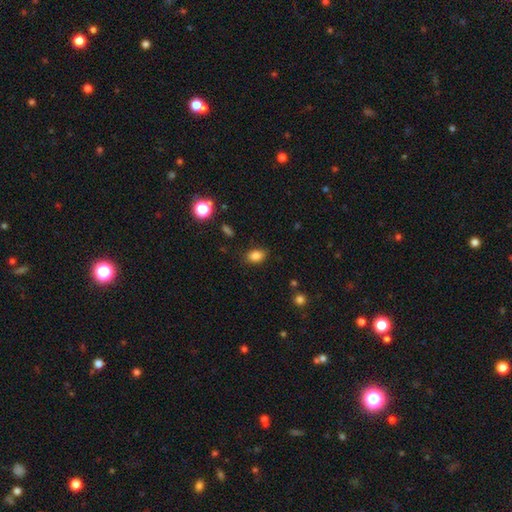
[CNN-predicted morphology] smooth-or-featured: smooth: 84% | star or artifact: 11% | featured or disk: 5%
  how-rounded: in between: 80% | round: 19% | cigar-shaped: 2%
  merging: none: 83% | minor disturbance: 12% | major disturbance: 3% | merger: 1%